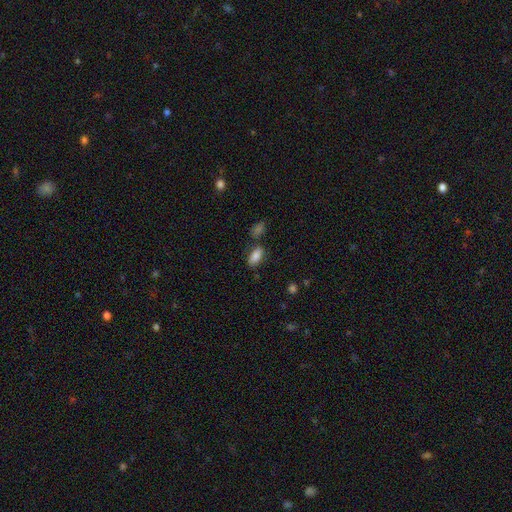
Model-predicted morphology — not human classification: This appears to be a smooth galaxy with no disk features (83%) that is in between round and cigar-shaped (89%). Merging: none (72%).